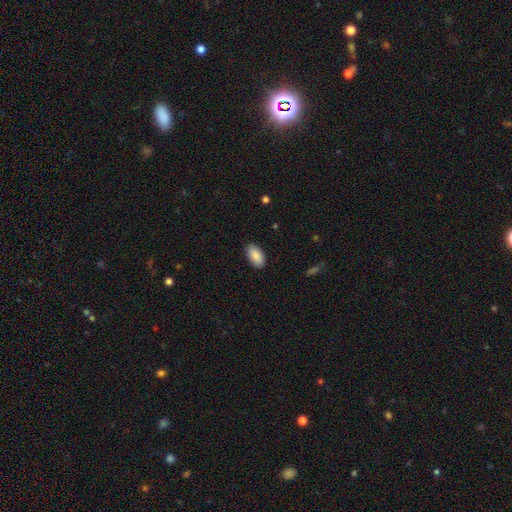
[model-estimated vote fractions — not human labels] Smooth or featured?
  - smooth: 87% *
  - featured or disk: 7%
  - star or artifact: 6%
How rounded?
  - in between: 95% *
  - round: 3%
  - cigar-shaped: 3%
Merging?
  - none: 88% *
  - minor disturbance: 9%
  - major disturbance: 2%
  - merger: 1%